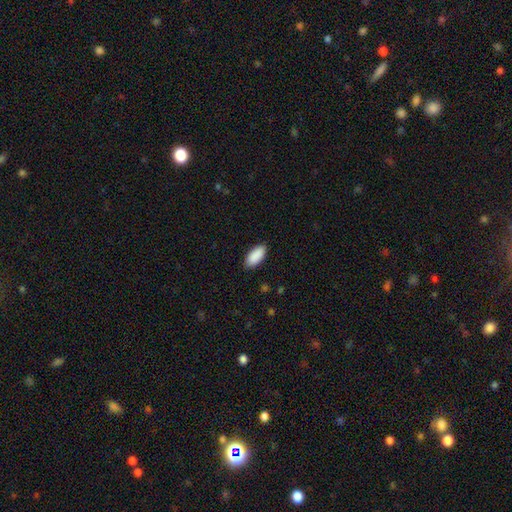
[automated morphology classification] type=smooth (91%); roundness=in between (90%); merging=none (88%).